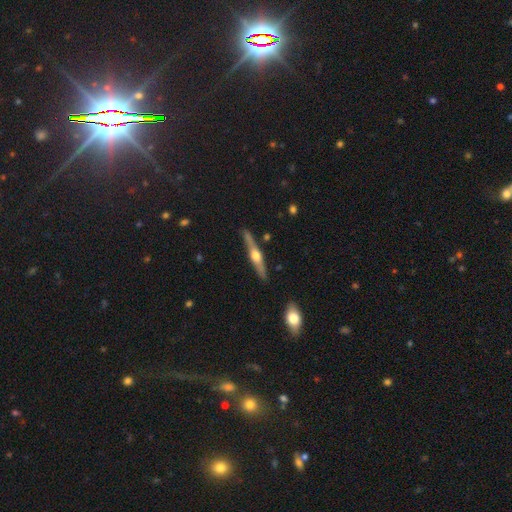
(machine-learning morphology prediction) smooth-or-featured: featured or disk: 72% | smooth: 22% | star or artifact: 5%
  disk-edge-on: yes: 97% | no: 3%
    edge-on-bulge: rounded: 94% | boxy: 3% | none: 3%
  merging: none: 87% | minor disturbance: 9% | merger: 2% | major disturbance: 2%